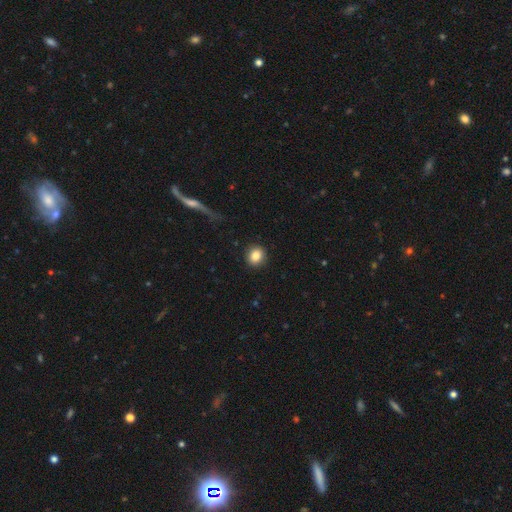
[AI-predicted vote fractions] smooth_or_featured: smooth (p=0.86) [alt: star or artifact p=0.09]
how_rounded: round (p=0.80) [alt: in between p=0.19]
merging: none (p=0.91) [alt: minor disturbance p=0.06]